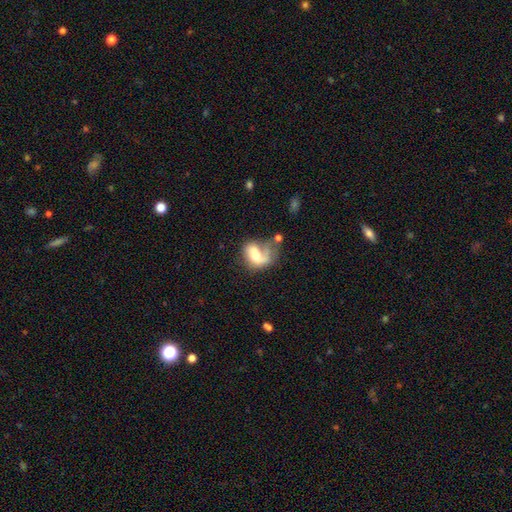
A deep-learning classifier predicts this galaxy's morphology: This is possibly a featured or disk galaxy (51%). It is clearly not viewed edge-on (96%). Merging: marginally major disturbance (36%).